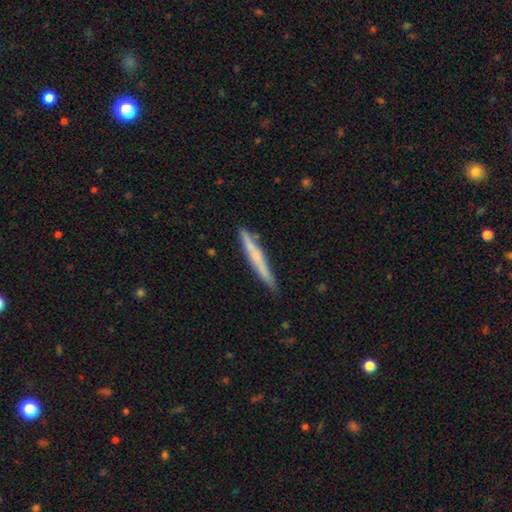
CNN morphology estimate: A smooth galaxy with no disk features (53%) that is cigar-shaped (96%).

Vote fractions:
- Smooth or featured? smooth: 53% / featured or disk: 40% / star or artifact: 6%
- How rounded? cigar-shaped: 96% / in between: 2% / round: 1%
- Merging? none: 86% / minor disturbance: 11% / merger: 2% / major disturbance: 2%